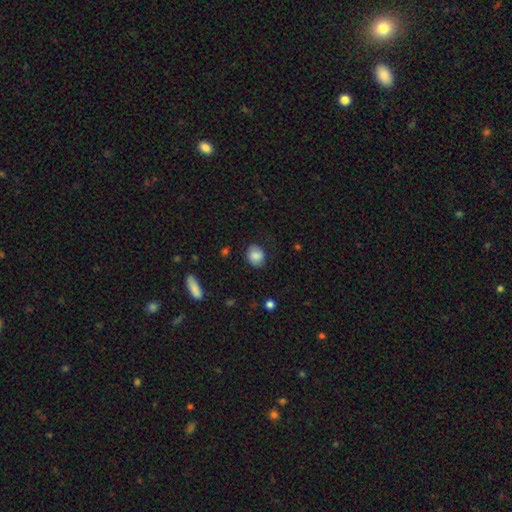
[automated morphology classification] A smooth galaxy with no disk features (82%) that is round (57%).

Vote fractions:
- Smooth or featured? smooth: 82% / featured or disk: 10% / star or artifact: 8%
- How rounded? round: 57% / in between: 42% / cigar-shaped: 1%
- Merging? none: 76% / minor disturbance: 18% / major disturbance: 5% / merger: 1%